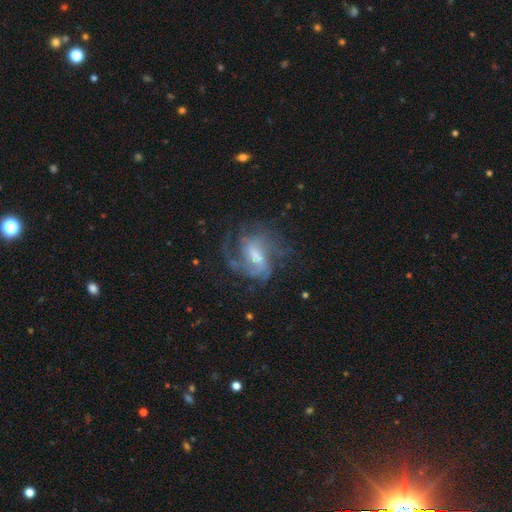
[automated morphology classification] smooth_or_featured: featured or disk (p=0.84) [alt: smooth p=0.09]
disk_edge_on: no (p=0.97) [alt: yes p=0.03]
bar: weak (p=0.52) [alt: strong p=0.27]
has_spiral_arms: yes (p=0.94) [alt: no p=0.06]
spiral_winding: medium (p=0.48) [alt: tight p=0.33]
spiral_arm_count: 2 (p=0.31) [alt: 3 p=0.26]
bulge_size: moderate (p=0.45) [alt: small p=0.30]
merging: none (p=0.59) [alt: major disturbance p=0.21]